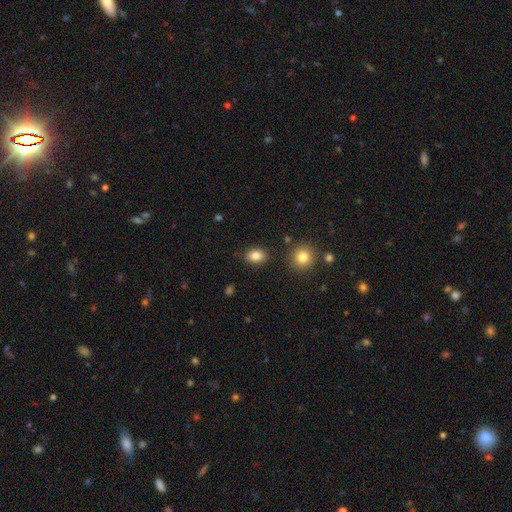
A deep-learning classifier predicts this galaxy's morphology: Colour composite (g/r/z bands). It shows a smooth galaxy with no disk features (84%) that is in between round and cigar-shaped (71%). Merging: none (85%).